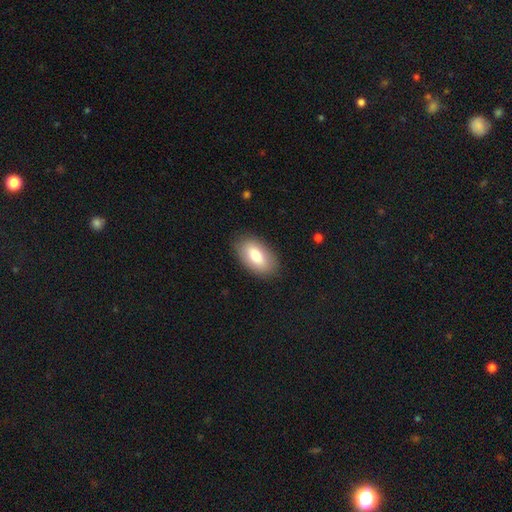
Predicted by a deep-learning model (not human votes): Morphology: type=smooth (79%); roundness=in between (93%); merging=none (86%).